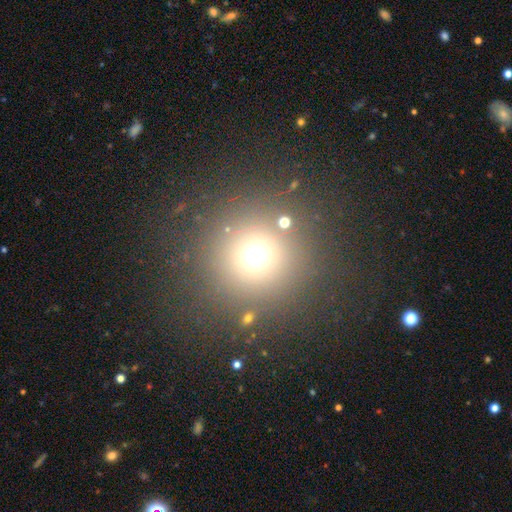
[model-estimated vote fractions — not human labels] A smooth galaxy with no disk features (65%) that is round (95%). Merging: none (83%).